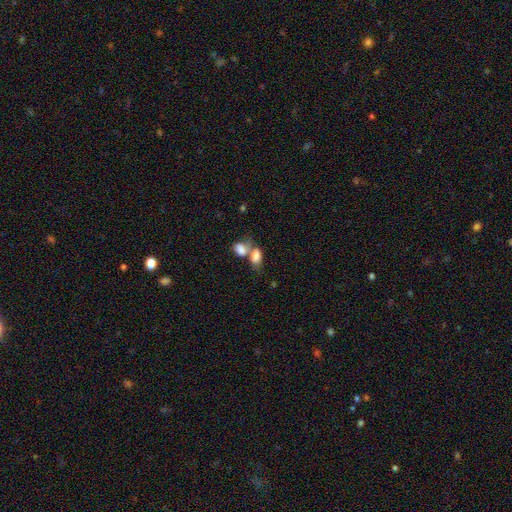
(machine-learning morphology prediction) Q: Smooth or featured?
A: smooth (79%); runner-up: featured or disk (13%)
Q: How rounded?
A: in between (87%); runner-up: round (11%)
Q: Merging?
A: merger (66%); runner-up: none (19%)